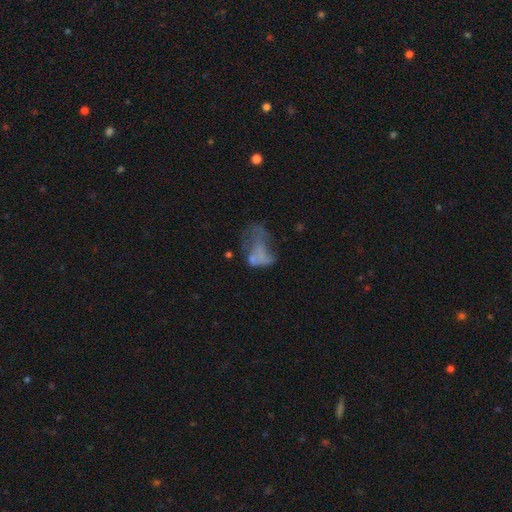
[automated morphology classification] A smooth galaxy with no disk features (43%). Merging: major disturbance (48%).